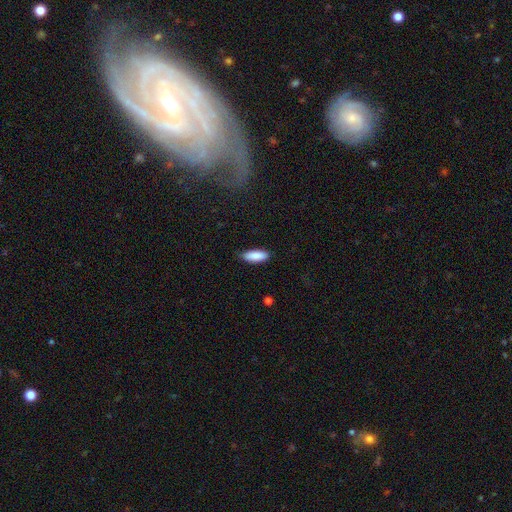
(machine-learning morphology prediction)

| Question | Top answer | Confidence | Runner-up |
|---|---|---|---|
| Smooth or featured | smooth | 89% | star or artifact (6%) |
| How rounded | in between | 70% | cigar-shaped (29%) |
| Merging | none | 83% | minor disturbance (14%) |